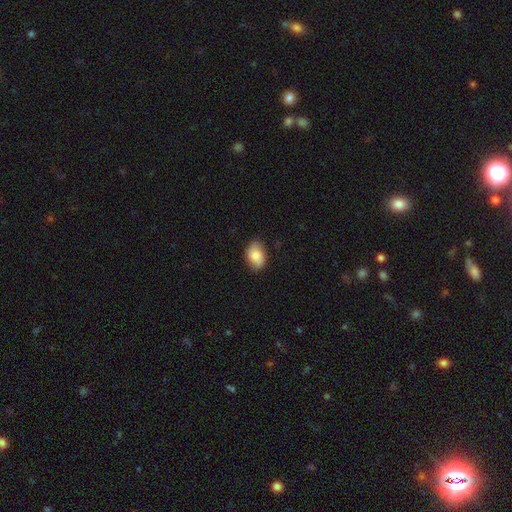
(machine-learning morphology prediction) Smooth or featured: smooth — 82% (featured or disk — 10%)
How rounded: in between — 84% (round — 14%)
Merging: none — 76% (minor disturbance — 19%)